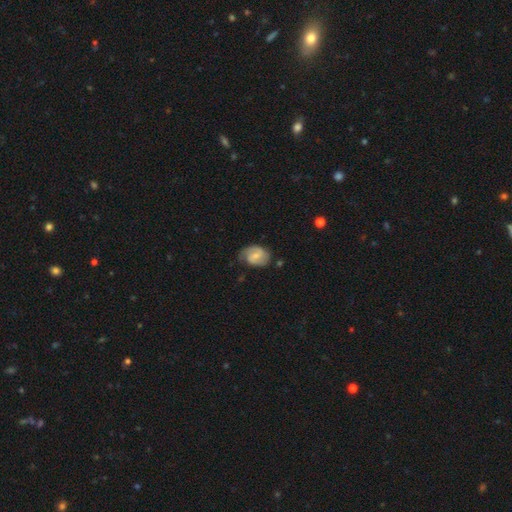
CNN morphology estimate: A featured or disk galaxy (60%) with a weak bar (52%), 2 (71%) medium (44%) spiral arms (88%) and a small central bulge (53%).

Vote fractions:
- Smooth or featured? featured or disk: 60% / smooth: 33% / star or artifact: 6%
- Edge-on disk? no: 97% / yes: 3%
- Bar? weak: 52% / no: 35% / strong: 14%
- Spiral arms? yes: 88% / no: 12%
- Spiral winding? medium: 44% / tight: 34% / loose: 22%
- Spiral arm count? 2: 71% / can't tell: 13% / 1: 12% / 3: 2% / 4: 1% / more than 4: 1%
- Bulge size? small: 53% / moderate: 35% / none: 9% / large: 2% / dominant: 1%
- Merging? none: 59% / minor disturbance: 28% / major disturbance: 10% / merger: 3%